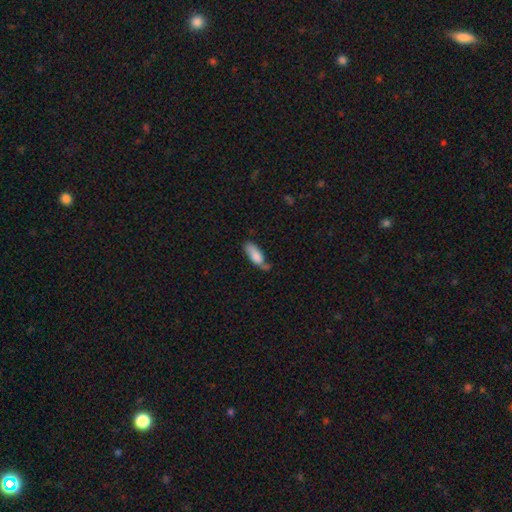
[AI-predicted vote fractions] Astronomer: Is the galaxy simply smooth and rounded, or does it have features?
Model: smooth — 81%.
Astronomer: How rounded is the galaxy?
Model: in between — 74%.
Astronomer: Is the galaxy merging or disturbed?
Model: none — 45% (runner-up: minor disturbance, 34%).